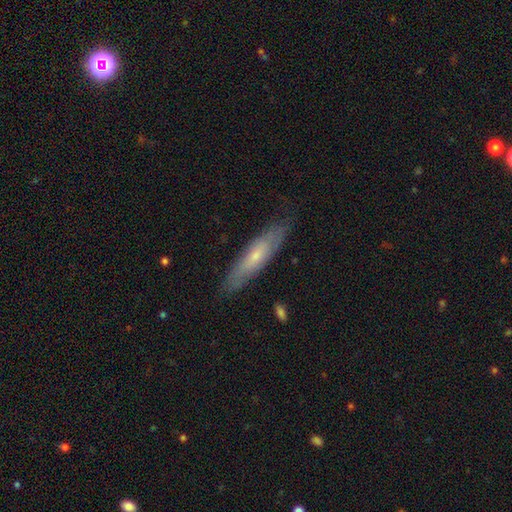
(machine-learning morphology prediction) The model was most divided on "smooth or featured": smooth: 48%, featured or disk: 46%, star or artifact: 6%. More confident: merging — none (80%).